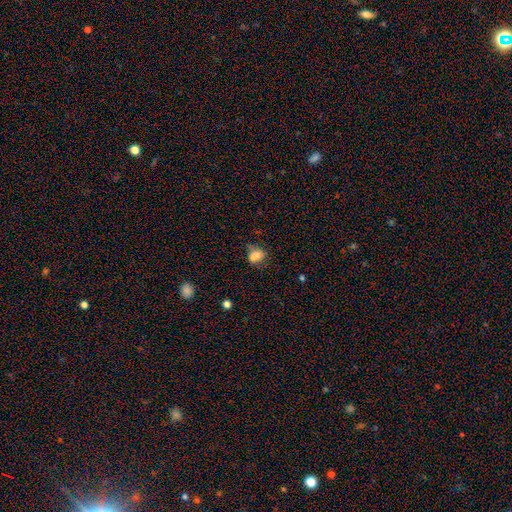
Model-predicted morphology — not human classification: Smooth or featured? Predicted: smooth (p=0.71). How rounded? Predicted: in between (p=0.55). Merging? Predicted: none (p=0.44).